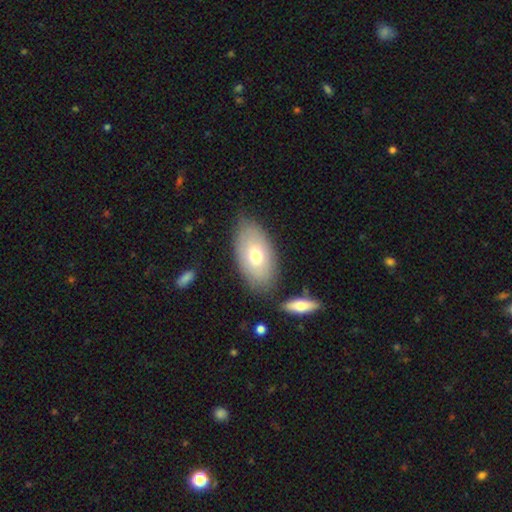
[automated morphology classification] type=smooth (64%); roundness=in between (92%); merging=none (77%).